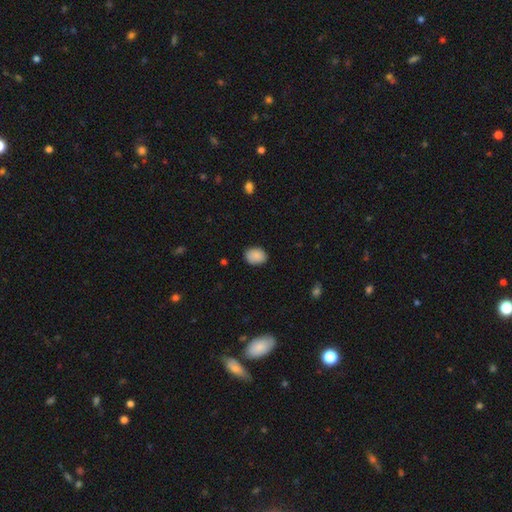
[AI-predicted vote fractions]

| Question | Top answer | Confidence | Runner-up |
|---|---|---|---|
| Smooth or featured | smooth | 89% | star or artifact (7%) |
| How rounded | in between | 68% | round (31%) |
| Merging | none | 86% | minor disturbance (11%) |